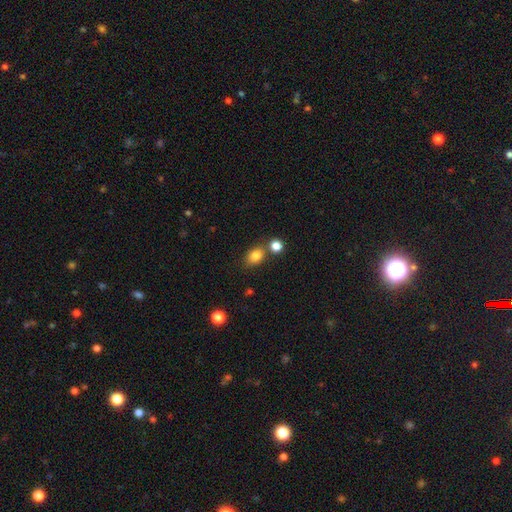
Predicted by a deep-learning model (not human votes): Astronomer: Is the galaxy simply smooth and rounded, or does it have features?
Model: smooth — 82%.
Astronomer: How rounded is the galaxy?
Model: in between — 65%.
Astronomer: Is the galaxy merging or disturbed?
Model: none — 66%.